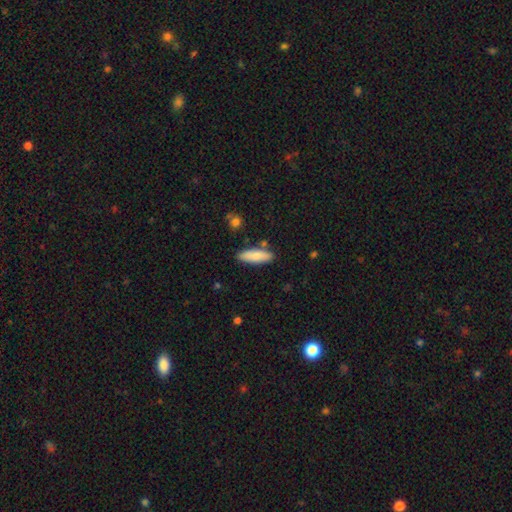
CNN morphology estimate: This appears to be a smooth galaxy with no disk features (82%) that is cigar-shaped (50%). Merging: none (83%).